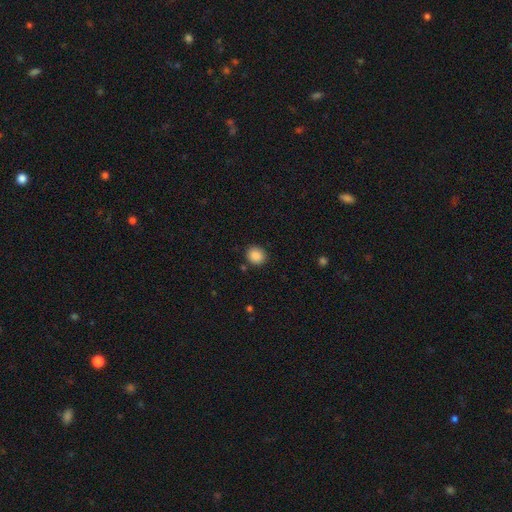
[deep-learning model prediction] Morphology: type=smooth (88%); roundness=round (76%); merging=none (88%).